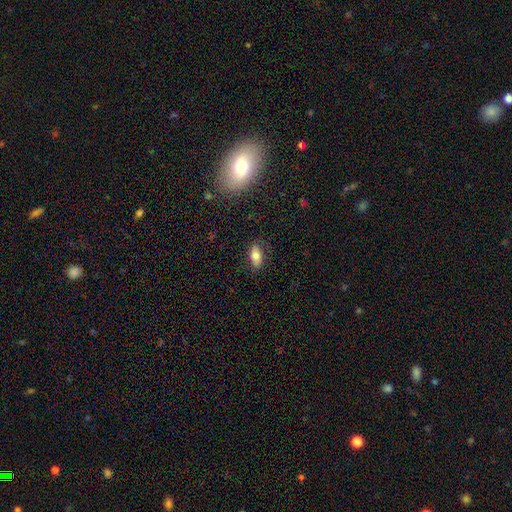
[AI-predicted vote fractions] Smooth or featured? Predicted: smooth (p=0.76). How rounded? Predicted: in between (p=0.87). Merging? Predicted: none (p=0.82).